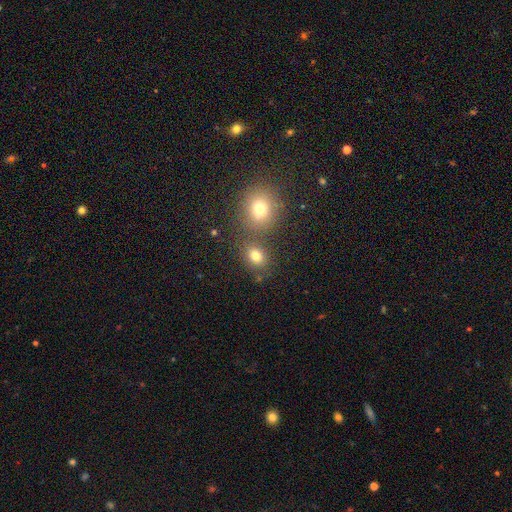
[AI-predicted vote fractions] Morphology: type=smooth (75%); roundness=round (56%); merging=none (64%).